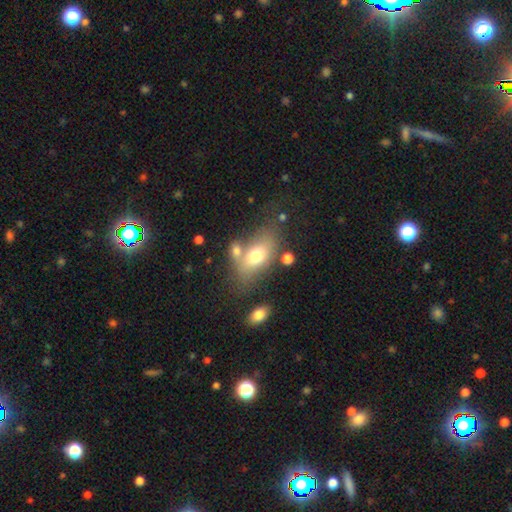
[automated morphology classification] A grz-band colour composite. It shows a smooth galaxy with no disk features (70%) that is in between round and cigar-shaped (87%). Merging: none (52%).